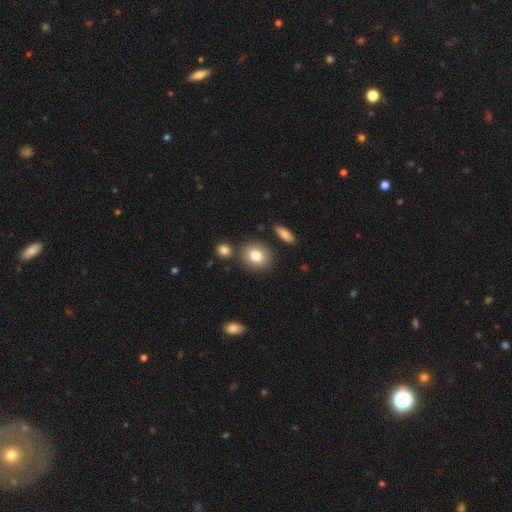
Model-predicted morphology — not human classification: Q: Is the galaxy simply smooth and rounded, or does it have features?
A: smooth — 80%.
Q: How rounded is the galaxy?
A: round — 69%.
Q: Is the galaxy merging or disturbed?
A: none — 80%.